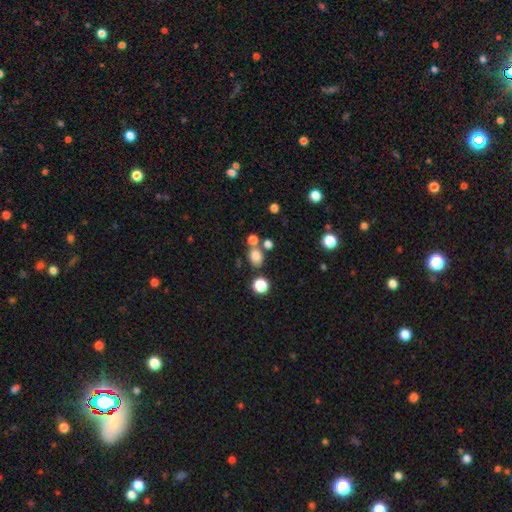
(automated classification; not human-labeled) A smooth galaxy with no disk features (79%) that is round (52%).

Vote fractions:
- Smooth or featured? smooth: 79% / star or artifact: 14% / featured or disk: 7%
- How rounded? round: 52% / in between: 47% / cigar-shaped: 1%
- Merging? none: 65% / merger: 21% / minor disturbance: 10% / major disturbance: 4%